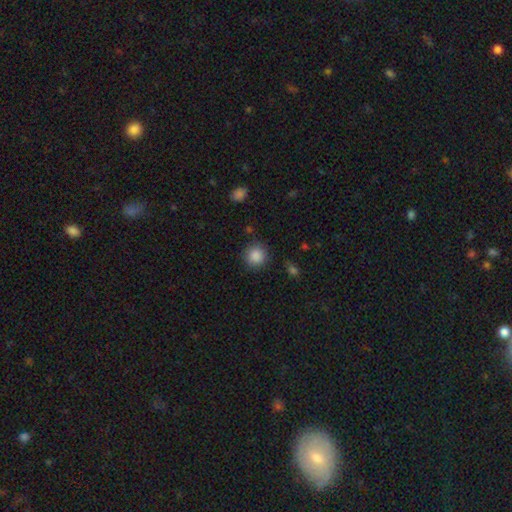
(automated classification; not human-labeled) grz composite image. It shows a smooth galaxy with no disk features (87%) that is round (93%). Merging: none (85%).